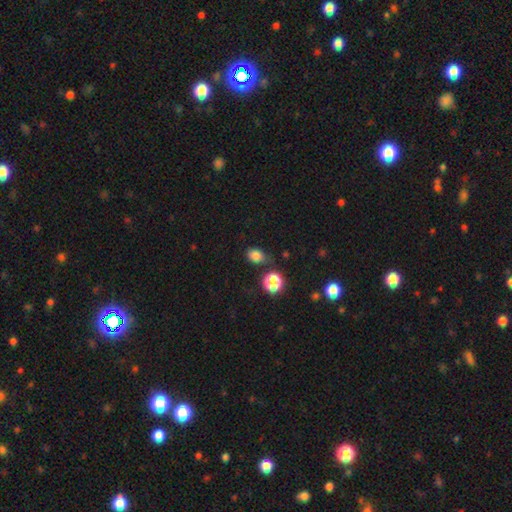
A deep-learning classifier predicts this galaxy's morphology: Smooth or featured: smooth — 79% (star or artifact — 15%)
How rounded: in between — 56% (round — 43%)
Merging: none — 70% (minor disturbance — 19%)